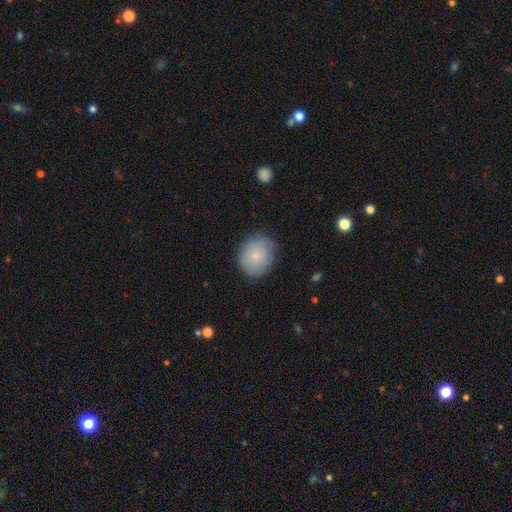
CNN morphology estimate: This is likely a smooth galaxy (78%). How rounded: likely round (63%). Merging: clearly none (81%).